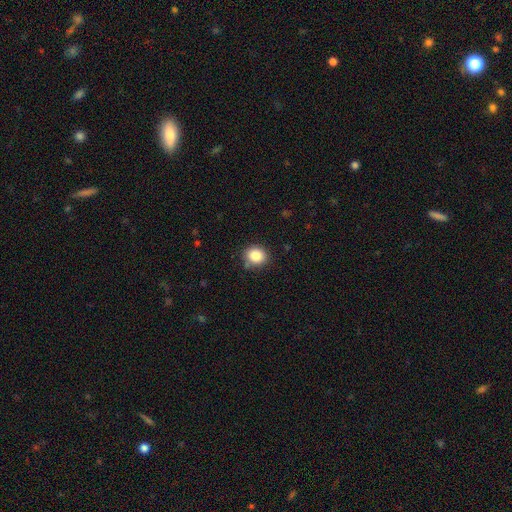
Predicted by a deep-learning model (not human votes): This appears to be a smooth galaxy with no disk features (84%) that is round (75%). Merging: none (85%).